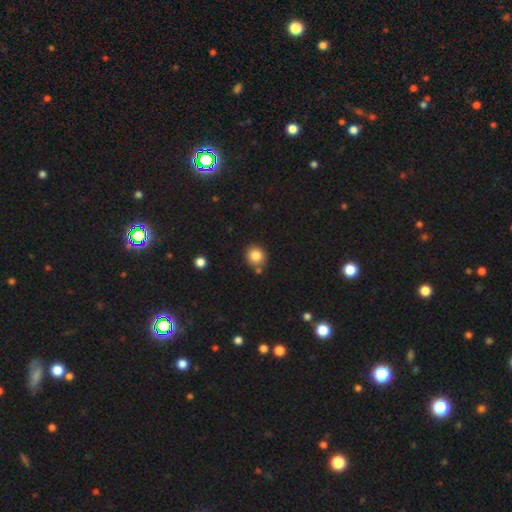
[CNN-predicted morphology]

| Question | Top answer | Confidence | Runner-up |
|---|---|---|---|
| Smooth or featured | smooth | 84% | star or artifact (10%) |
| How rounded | round | 85% | in between (14%) |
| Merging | none | 77% | minor disturbance (11%) |